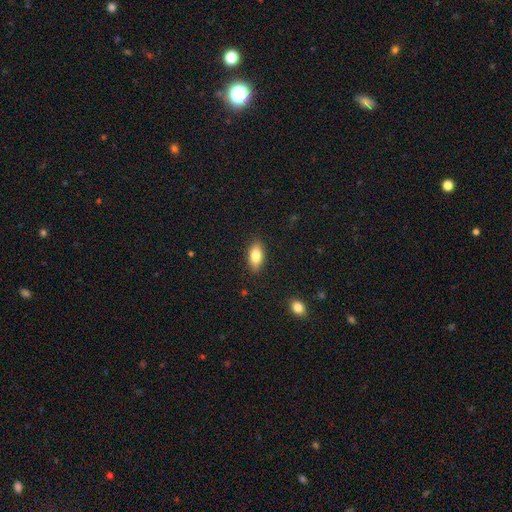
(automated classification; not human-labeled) This appears to be a smooth galaxy with no disk features (81%) that is in between round and cigar-shaped (88%). Merging: none (88%).